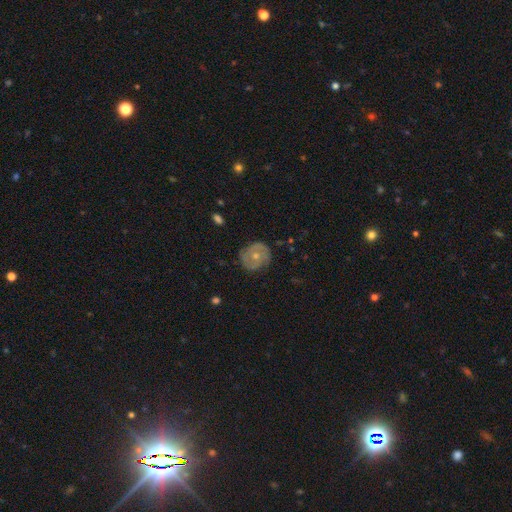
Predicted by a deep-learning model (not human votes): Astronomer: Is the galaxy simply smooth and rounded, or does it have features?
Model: featured or disk — 60%.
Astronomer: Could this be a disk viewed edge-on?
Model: no — 97%.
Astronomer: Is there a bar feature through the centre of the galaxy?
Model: no — 77%.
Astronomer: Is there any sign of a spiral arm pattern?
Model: yes — 69%.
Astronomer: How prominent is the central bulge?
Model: moderate — 58% (runner-up: small, 38%).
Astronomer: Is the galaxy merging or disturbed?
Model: none — 78%.